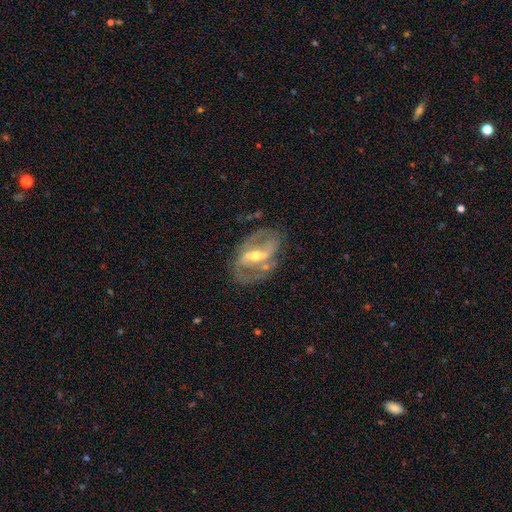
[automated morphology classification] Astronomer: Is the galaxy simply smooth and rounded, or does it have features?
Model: featured or disk — 87%.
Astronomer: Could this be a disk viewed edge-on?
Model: no — 95%.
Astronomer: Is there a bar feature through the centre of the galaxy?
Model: strong — 59%.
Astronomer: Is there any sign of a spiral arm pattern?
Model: yes — 89%.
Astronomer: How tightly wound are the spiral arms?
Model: medium — 49% (runner-up: loose, 27%).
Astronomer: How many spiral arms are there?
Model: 2 — 85%.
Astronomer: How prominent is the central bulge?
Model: moderate — 53% (runner-up: small, 43%).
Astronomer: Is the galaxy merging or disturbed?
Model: none — 72%.